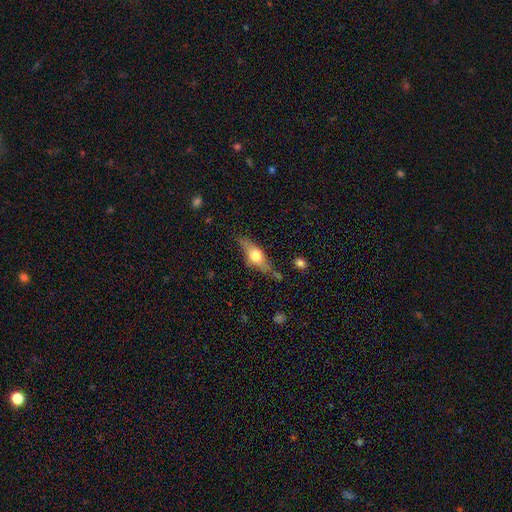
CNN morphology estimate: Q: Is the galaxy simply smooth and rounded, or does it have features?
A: featured or disk — 50%.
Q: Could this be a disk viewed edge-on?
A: yes — 86%.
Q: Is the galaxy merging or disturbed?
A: none — 70%.